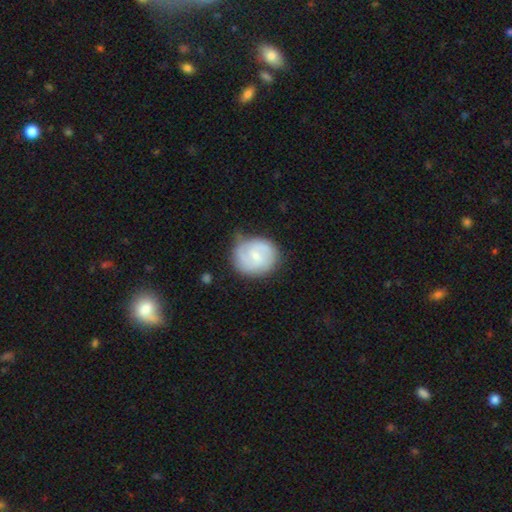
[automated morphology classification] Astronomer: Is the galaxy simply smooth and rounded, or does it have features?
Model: featured or disk — 61%.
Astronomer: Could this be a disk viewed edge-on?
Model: no — 98%.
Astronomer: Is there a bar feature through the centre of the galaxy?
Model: no — 50% (runner-up: weak, 44%).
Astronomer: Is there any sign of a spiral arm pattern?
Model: yes — 88%.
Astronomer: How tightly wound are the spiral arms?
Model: tight — 44% (runner-up: medium, 42%).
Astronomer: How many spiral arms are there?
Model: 2 — 61%.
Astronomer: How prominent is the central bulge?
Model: small — 65%.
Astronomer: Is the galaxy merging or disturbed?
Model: none — 68%.